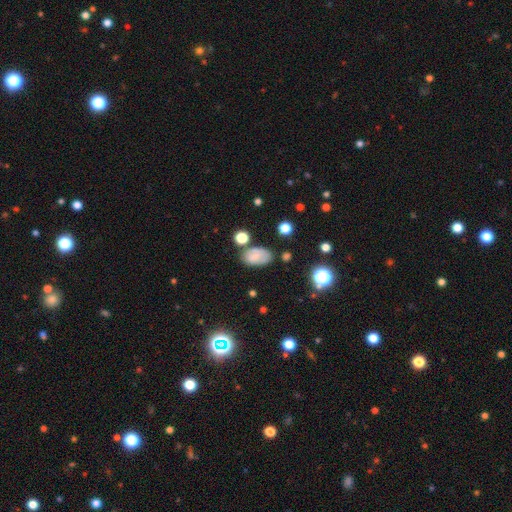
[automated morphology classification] Smooth or featured? Predicted: smooth (p=0.74). How rounded? Predicted: in between (p=0.92). Merging? Predicted: none (p=0.64).